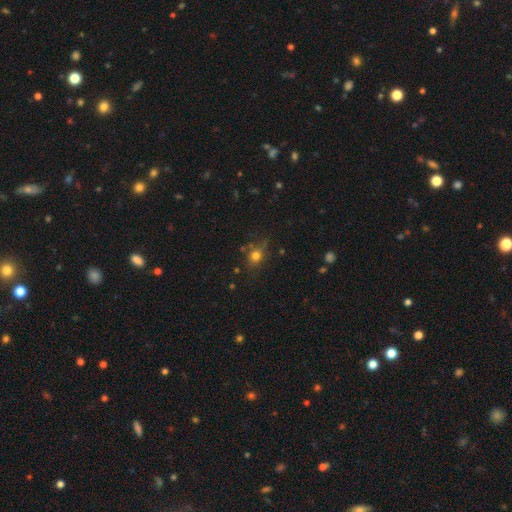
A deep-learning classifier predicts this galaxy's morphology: The model was most divided on "how rounded": round: 68%, in between: 30%, cigar-shaped: 2%. More confident: smooth or featured — smooth (71%); merging — none (67%).